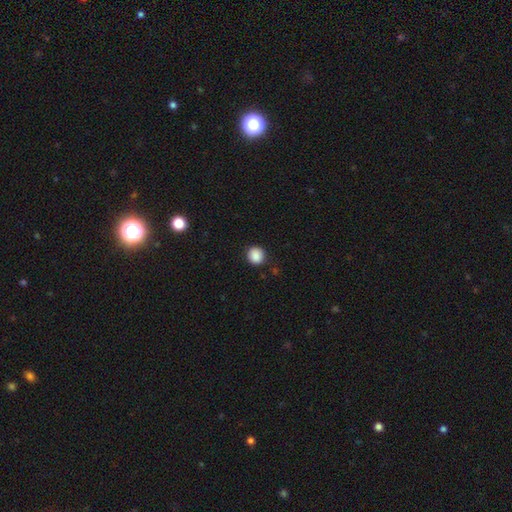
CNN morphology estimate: The model was most divided on "smooth or featured": smooth: 88%, star or artifact: 9%, featured or disk: 3%. More confident: how rounded — round (91%); merging — none (90%).